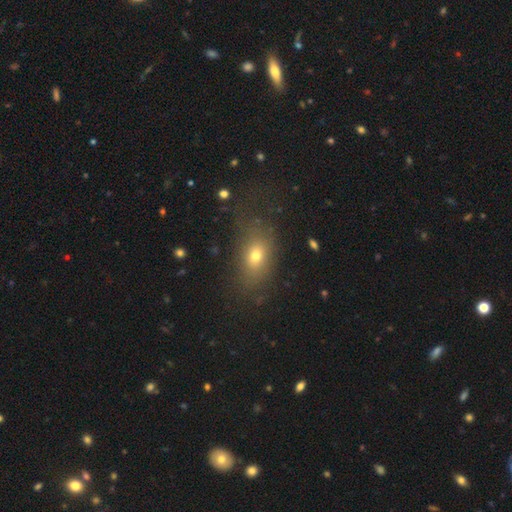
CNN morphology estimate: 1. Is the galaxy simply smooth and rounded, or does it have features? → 68% smooth, 16% star or artifact, 16% featured or disk.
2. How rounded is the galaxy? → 74% in between, 23% round, 4% cigar-shaped.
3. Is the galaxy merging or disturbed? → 66% none, 17% minor disturbance, 14% major disturbance, 2% merger.